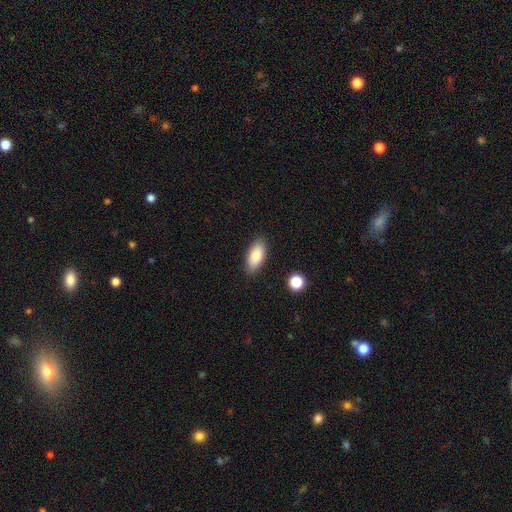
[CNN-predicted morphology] A smooth galaxy with no disk features (81%) that is in between round and cigar-shaped (88%).

Vote fractions:
- Smooth or featured? smooth: 81% / featured or disk: 12% / star or artifact: 7%
- How rounded? in between: 88% / cigar-shaped: 9% / round: 3%
- Merging? none: 87% / minor disturbance: 10% / major disturbance: 2% / merger: 2%